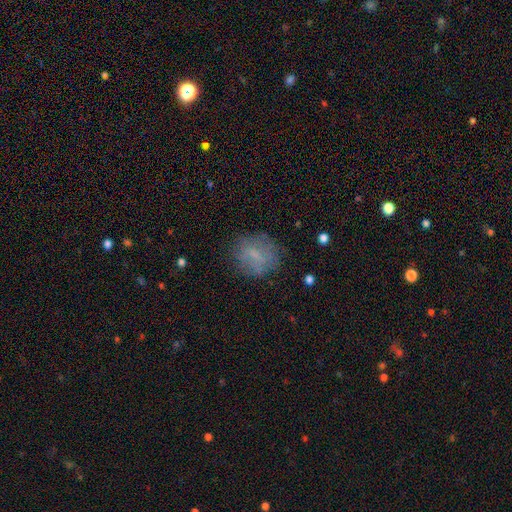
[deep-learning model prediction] Q: Smooth or featured?
A: smooth (63%); runner-up: featured or disk (25%)
Q: How rounded?
A: round (74%); runner-up: in between (25%)
Q: Merging?
A: none (72%); runner-up: minor disturbance (17%)